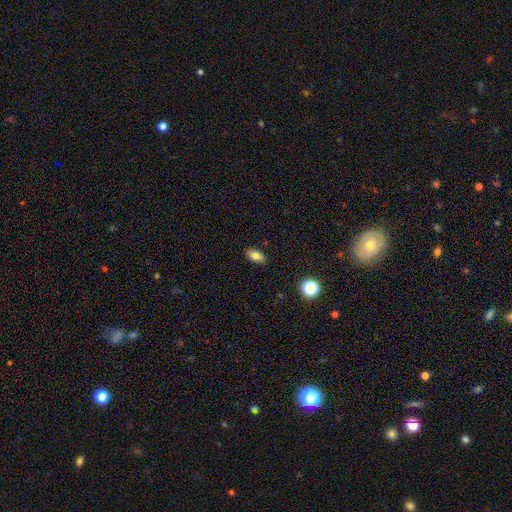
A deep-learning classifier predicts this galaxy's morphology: The model was most divided on "smooth or featured": smooth: 80%, star or artifact: 10%, featured or disk: 10%. More confident: how rounded — in between (89%); merging — none (86%).